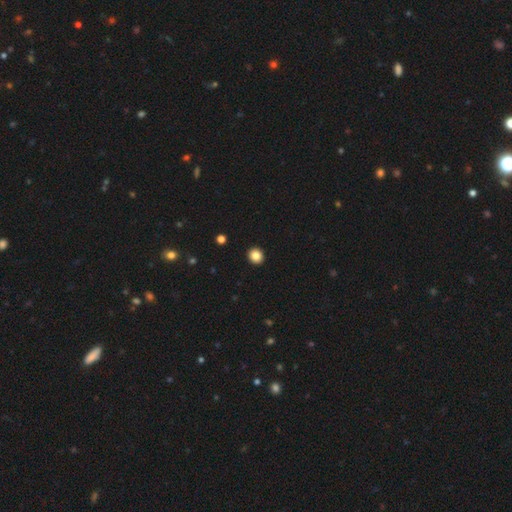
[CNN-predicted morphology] smooth 85%, star or artifact 10%, featured or disk 5%. Down the decision tree: how rounded — round (87%); merging — none (94%).